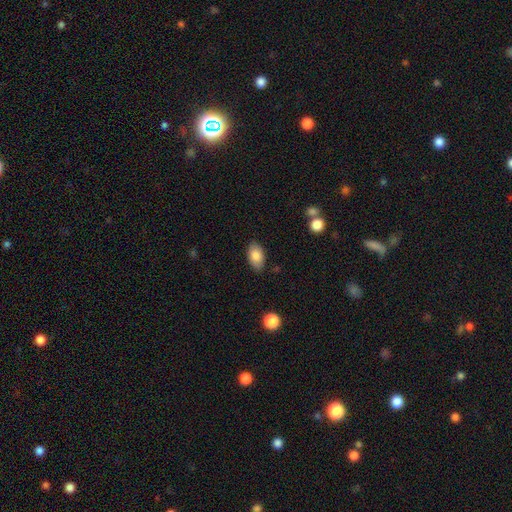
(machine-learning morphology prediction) smooth-or-featured: smooth: 83% | featured or disk: 10% | star or artifact: 7%
  how-rounded: in between: 93% | round: 6% | cigar-shaped: 2%
  merging: none: 83% | minor disturbance: 13% | major disturbance: 3% | merger: 1%